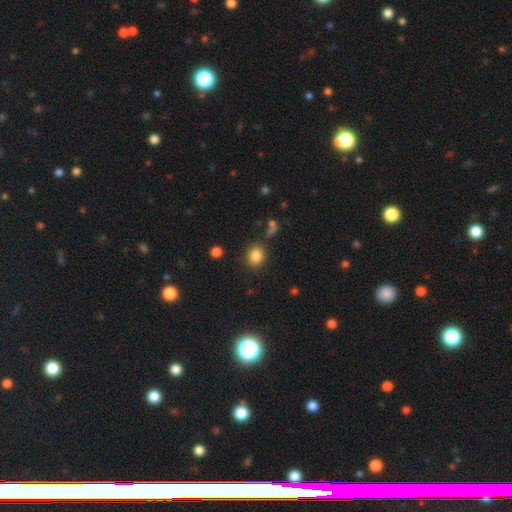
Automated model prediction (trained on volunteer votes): This appears to be a smooth galaxy with no disk features (84%) that is round (68%). Merging: none (80%).